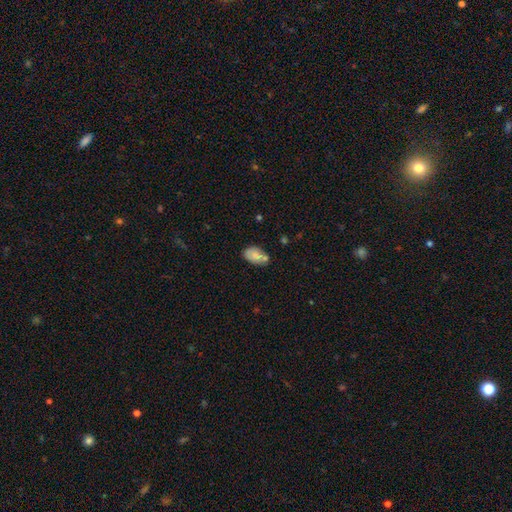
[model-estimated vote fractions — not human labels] This appears to be a smooth galaxy with no disk features (77%) that is in between round and cigar-shaped (90%). Merging: none (52%).